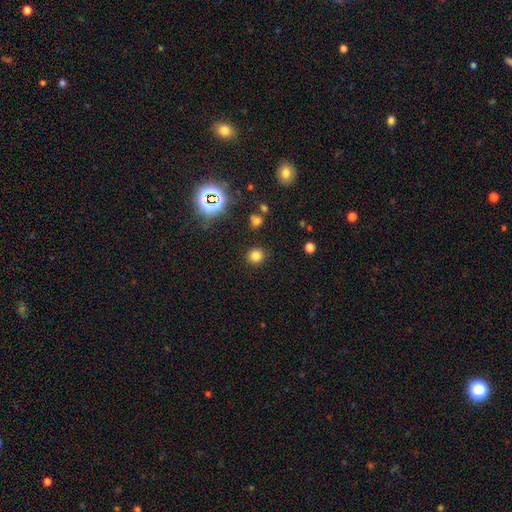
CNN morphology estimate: smooth 78%, star or artifact 17%, featured or disk 5%. Down the decision tree: how rounded — round (89%); merging — none (90%).